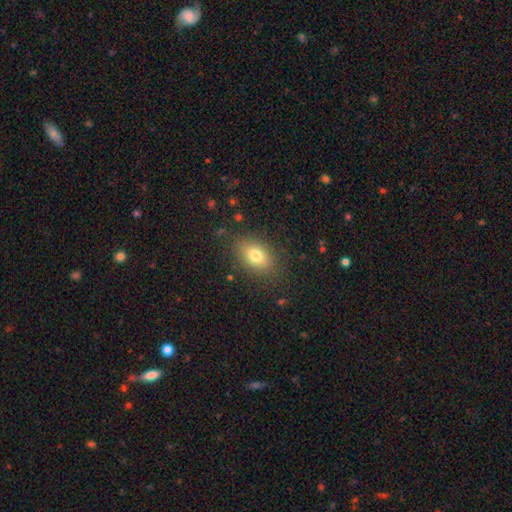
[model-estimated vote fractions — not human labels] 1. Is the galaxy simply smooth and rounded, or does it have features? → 78% smooth, 12% featured or disk, 10% star or artifact.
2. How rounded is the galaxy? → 82% in between, 16% round, 2% cigar-shaped.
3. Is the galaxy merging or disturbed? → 83% none, 12% minor disturbance, 4% major disturbance, 1% merger.